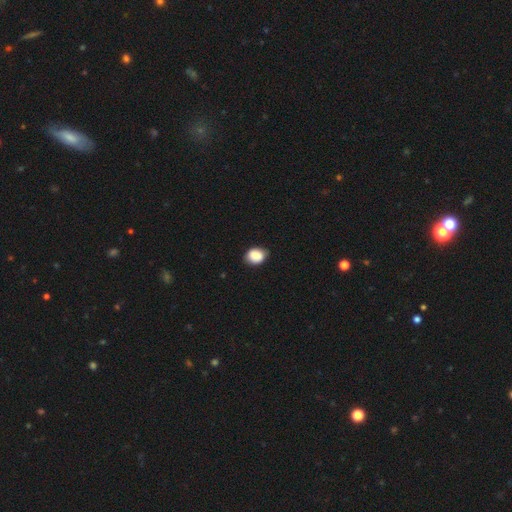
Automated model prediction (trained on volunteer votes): This is clearly a smooth galaxy (89%). How rounded: possibly round (51%). Merging: likely none (78%).